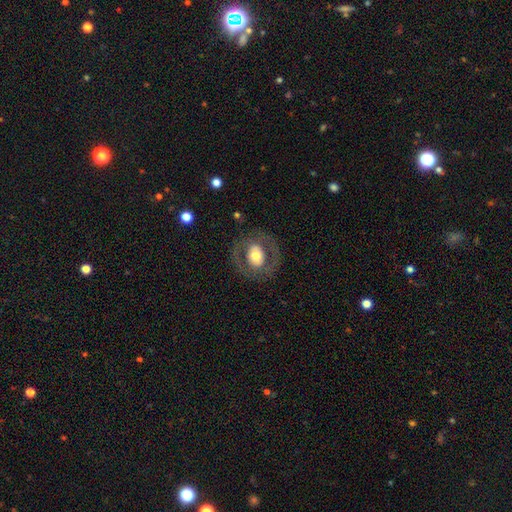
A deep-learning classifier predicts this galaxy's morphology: featured or disk 49%, smooth 44%, star or artifact 7%. Down the decision tree: merging — none (77%).